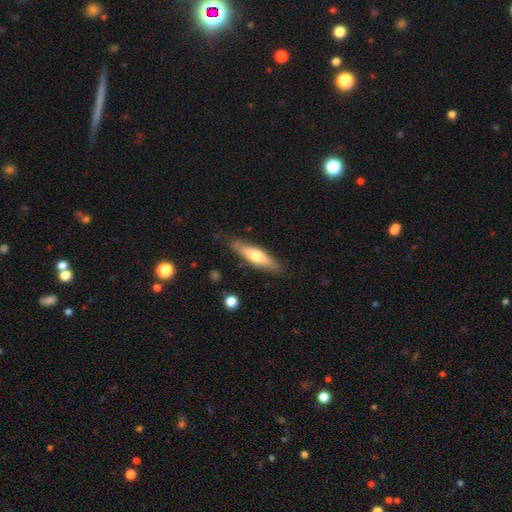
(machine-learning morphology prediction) This appears to be a smooth galaxy with no disk features (50%) that is cigar-shaped (70%). Merging: none (83%).